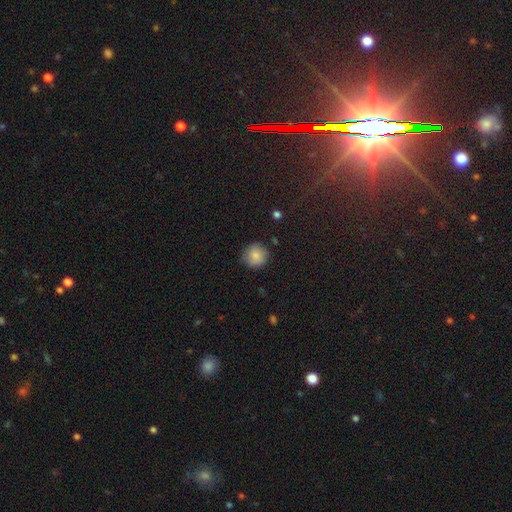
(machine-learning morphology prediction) type=smooth (83%); roundness=round (93%); merging=none (82%).